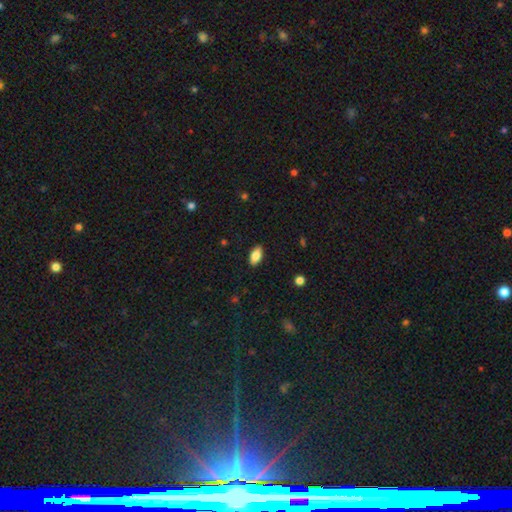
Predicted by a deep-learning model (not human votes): A smooth galaxy with no disk features (82%) that is in between round and cigar-shaped (90%).

Vote fractions:
- Smooth or featured? smooth: 82% / featured or disk: 11% / star or artifact: 7%
- How rounded? in between: 90% / cigar-shaped: 7% / round: 3%
- Merging? none: 88% / minor disturbance: 9% / major disturbance: 2% / merger: 1%